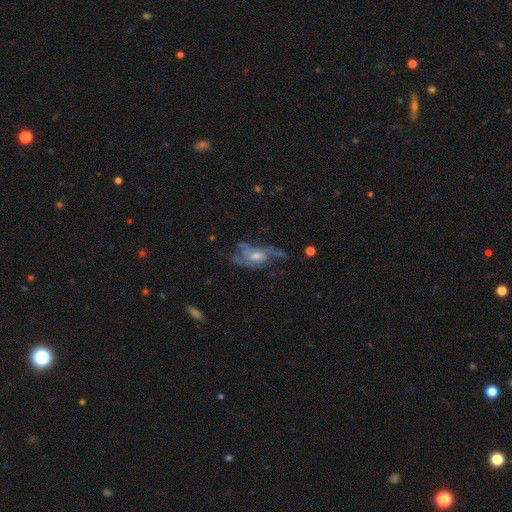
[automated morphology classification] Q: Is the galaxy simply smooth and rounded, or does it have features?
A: featured or disk — 77%.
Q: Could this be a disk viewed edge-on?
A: no — 92%.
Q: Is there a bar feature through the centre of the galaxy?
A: no — 64%.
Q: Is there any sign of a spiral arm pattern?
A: yes — 79%.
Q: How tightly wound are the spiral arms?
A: medium — 41%, tied with loose.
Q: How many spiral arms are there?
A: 2 — 31%.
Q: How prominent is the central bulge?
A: moderate — 49%.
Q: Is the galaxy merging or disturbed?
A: none — 49%.